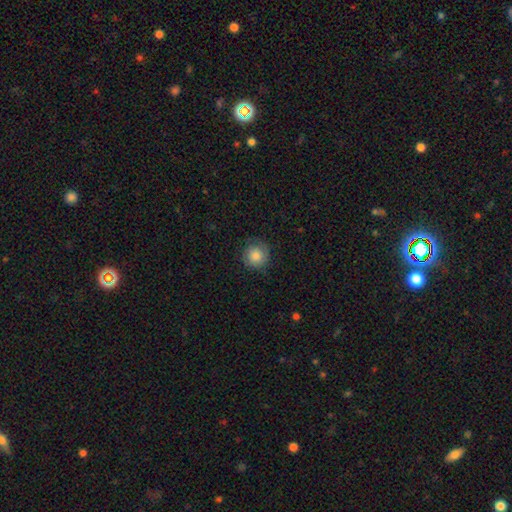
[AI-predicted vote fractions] A smooth galaxy with no disk features (80%) that is round (93%). Merging: none (80%).